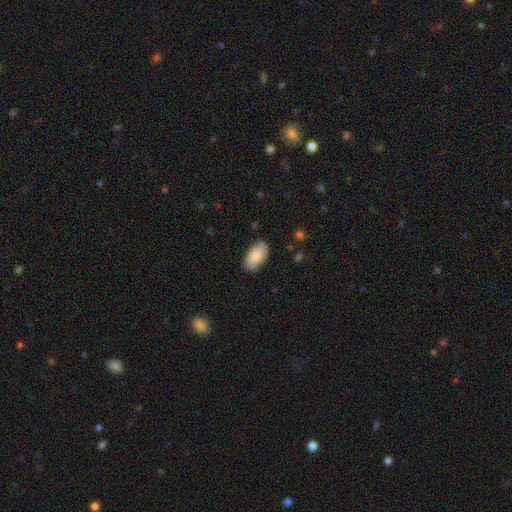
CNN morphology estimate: Smooth or featured? smooth (88%)
How rounded? in between (95%)
Merging? none (85%)